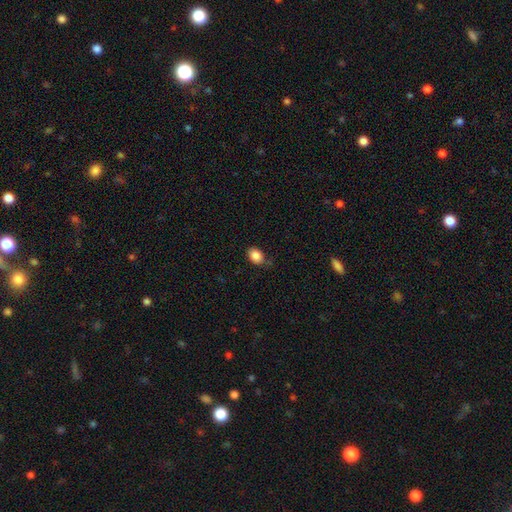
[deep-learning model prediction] This is clearly a smooth galaxy (86%). How rounded: likely in between (70%). Merging: likely none (72%).